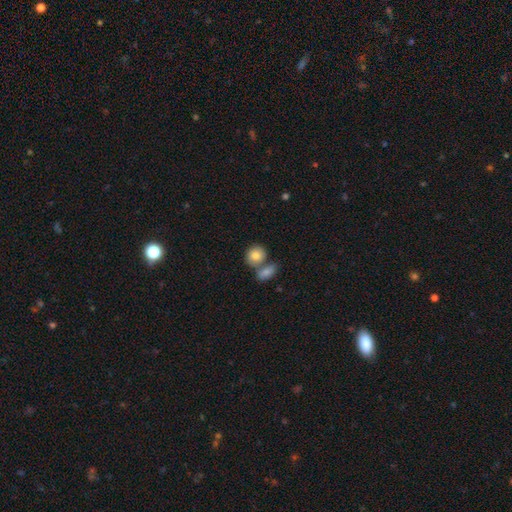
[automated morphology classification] A smooth galaxy with no disk features (83%) that is round (68%). Merging: merger (47%).